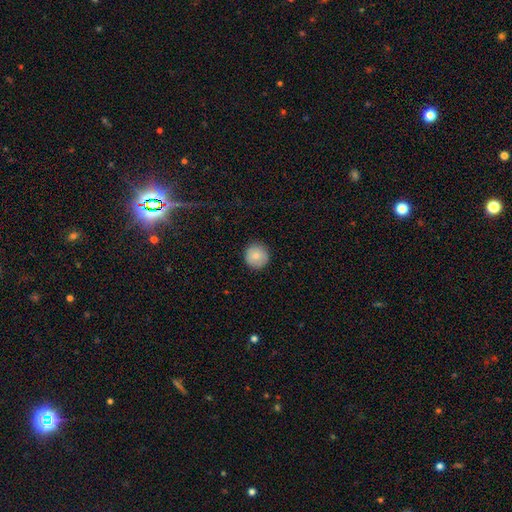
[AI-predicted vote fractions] Q: Smooth or featured?
A: smooth (81%); runner-up: featured or disk (11%)
Q: How rounded?
A: round (95%); runner-up: in between (4%)
Q: Merging?
A: none (90%); runner-up: minor disturbance (7%)